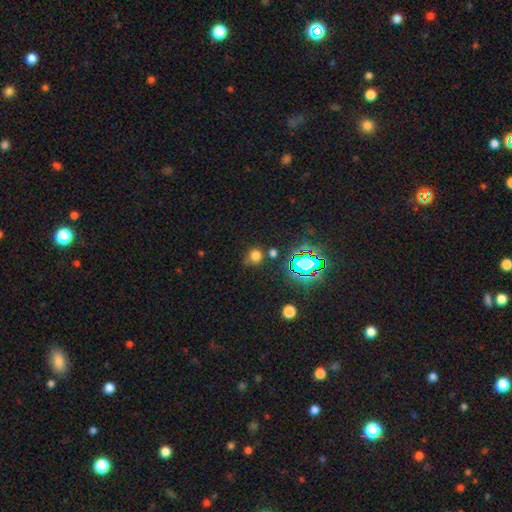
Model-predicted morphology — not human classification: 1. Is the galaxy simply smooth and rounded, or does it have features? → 68% smooth, 26% star or artifact, 6% featured or disk.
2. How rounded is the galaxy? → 84% round, 15% in between, 1% cigar-shaped.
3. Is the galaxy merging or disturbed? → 70% none, 17% minor disturbance, 7% merger, 6% major disturbance.